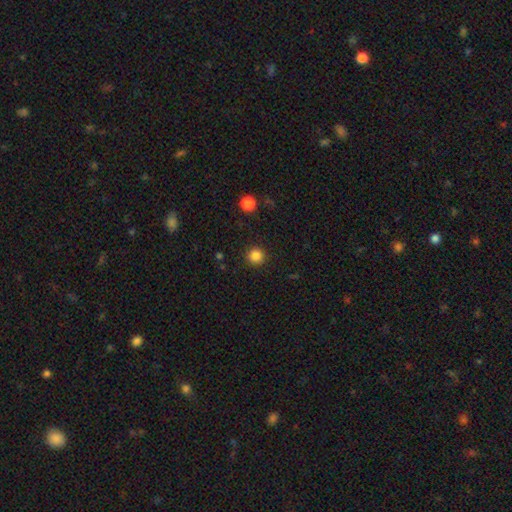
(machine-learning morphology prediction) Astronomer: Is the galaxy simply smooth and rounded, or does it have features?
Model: smooth — 85%.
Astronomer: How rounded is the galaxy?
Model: round — 95%.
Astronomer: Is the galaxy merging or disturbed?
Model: none — 92%.